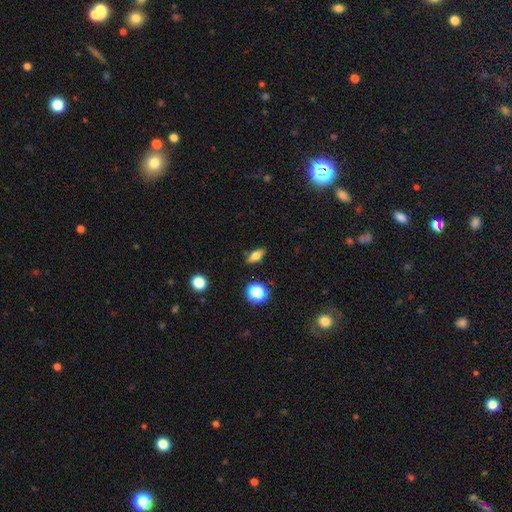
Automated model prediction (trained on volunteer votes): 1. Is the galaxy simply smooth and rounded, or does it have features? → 66% smooth, 23% featured or disk, 12% star or artifact.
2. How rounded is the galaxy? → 67% in between, 23% cigar-shaped, 10% round.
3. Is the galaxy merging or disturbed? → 86% none, 10% minor disturbance, 2% major disturbance, 2% merger.